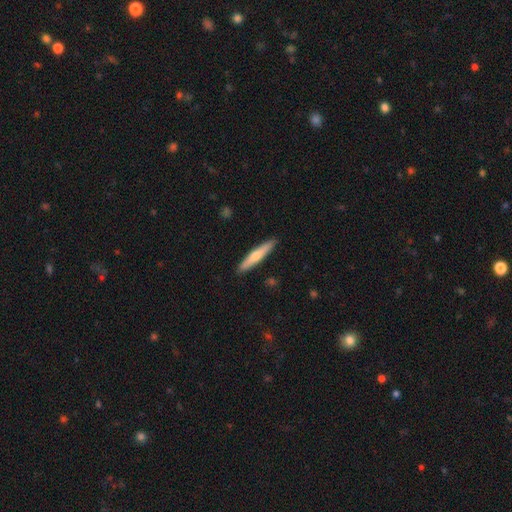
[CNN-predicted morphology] smooth_or_featured: smooth (p=0.51) [alt: featured or disk p=0.43]
how_rounded: cigar-shaped (p=0.91) [alt: in between p=0.07]
merging: none (p=0.91) [alt: minor disturbance p=0.07]